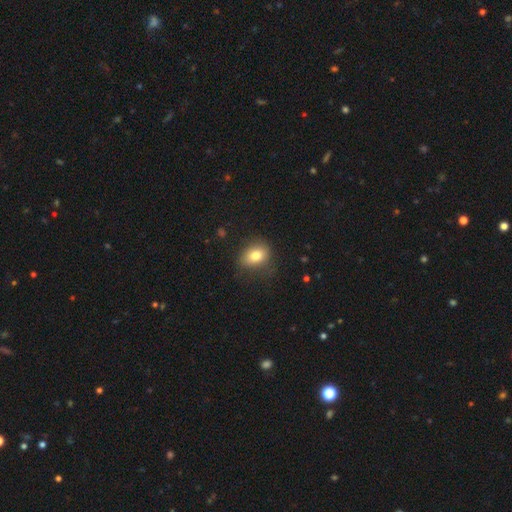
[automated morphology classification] smooth-or-featured: smooth: 78% | featured or disk: 12% | star or artifact: 10%
  how-rounded: in between: 62% | round: 37% | cigar-shaped: 1%
  merging: none: 73% | minor disturbance: 20% | major disturbance: 6% | merger: 1%